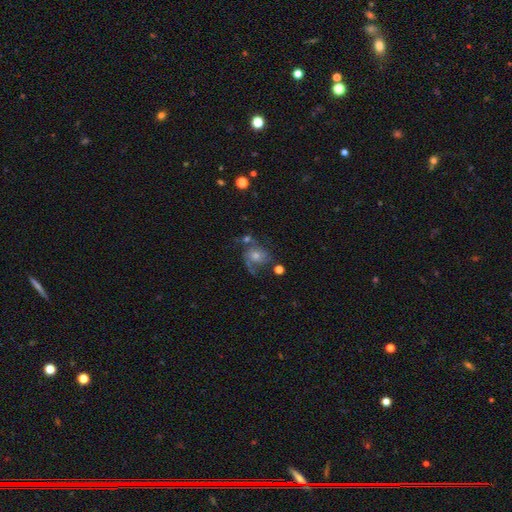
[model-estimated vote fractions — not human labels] A featured or disk galaxy (70%) with no bar (72%), 2 (54%) medium (46%) spiral arms (89%) and a moderate central bulge (57%). Merging: none (49%).